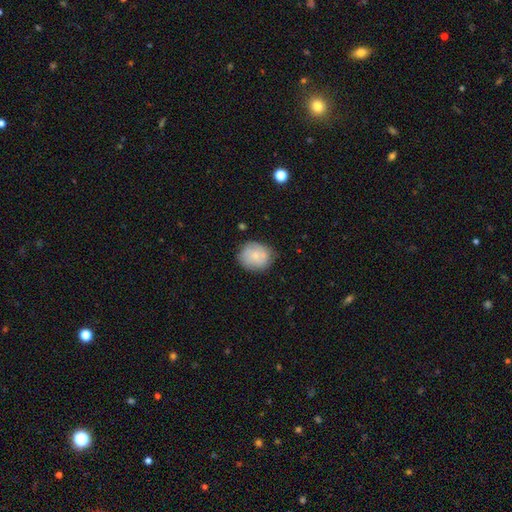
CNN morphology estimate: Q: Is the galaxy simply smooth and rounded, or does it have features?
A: smooth — 70%.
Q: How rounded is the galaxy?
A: round — 72%.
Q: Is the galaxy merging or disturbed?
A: none — 74%.